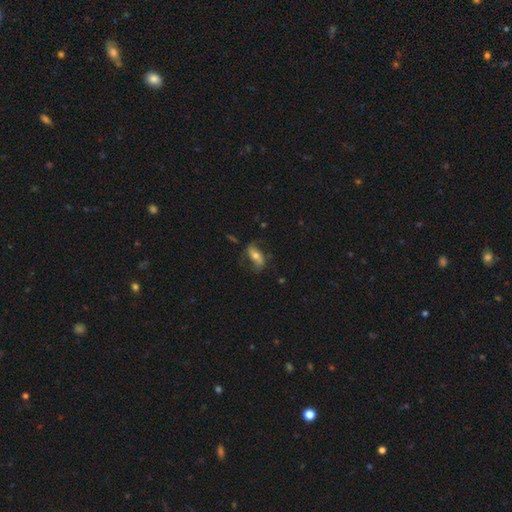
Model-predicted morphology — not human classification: Overall: featured or disk (52%; smooth 39%). Edge-on disk: no (80%). Merging: none (60%; minor disturbance 23%).